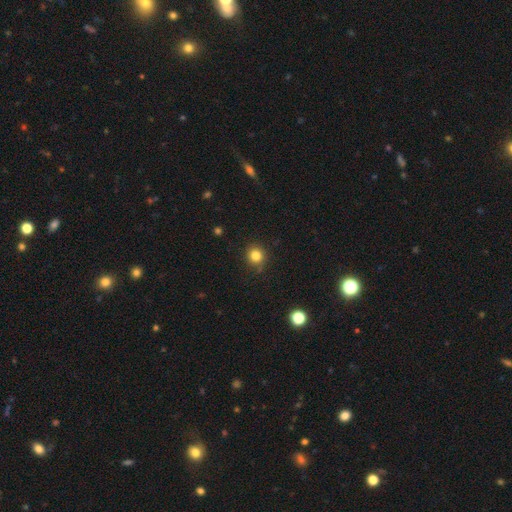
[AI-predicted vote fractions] smooth 82%, star or artifact 13%, featured or disk 5%. Down the decision tree: how rounded — round (89%); merging — none (84%).